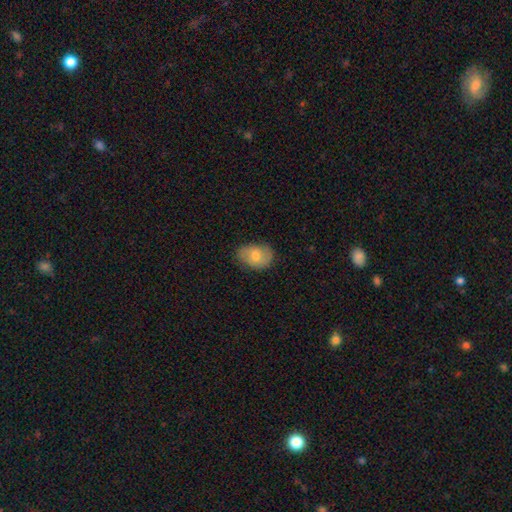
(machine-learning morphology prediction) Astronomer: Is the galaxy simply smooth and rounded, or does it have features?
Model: smooth — 70%.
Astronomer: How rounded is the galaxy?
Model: in between — 77%.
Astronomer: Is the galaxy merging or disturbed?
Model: none — 76%.